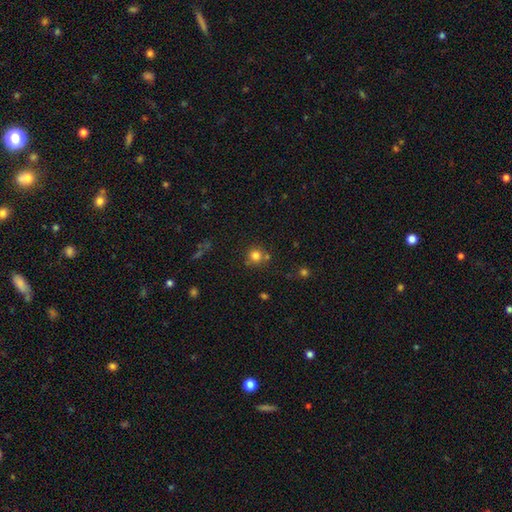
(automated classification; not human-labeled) Smooth or featured? smooth (79%)
How rounded? round (92%)
Merging? none (71%)